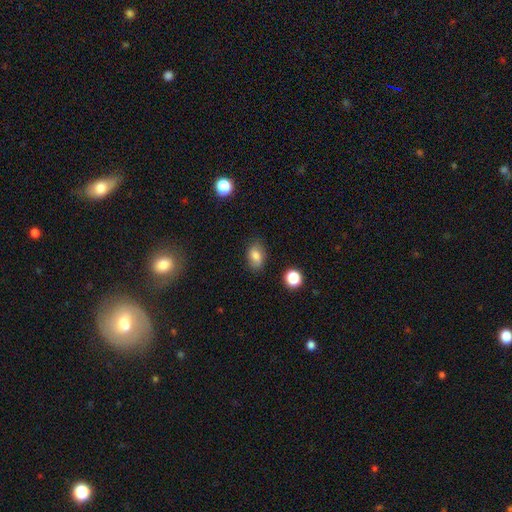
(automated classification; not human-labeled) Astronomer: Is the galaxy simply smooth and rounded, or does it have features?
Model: smooth — 82%.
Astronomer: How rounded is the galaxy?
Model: in between — 84%.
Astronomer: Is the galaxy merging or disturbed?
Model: none — 80%.